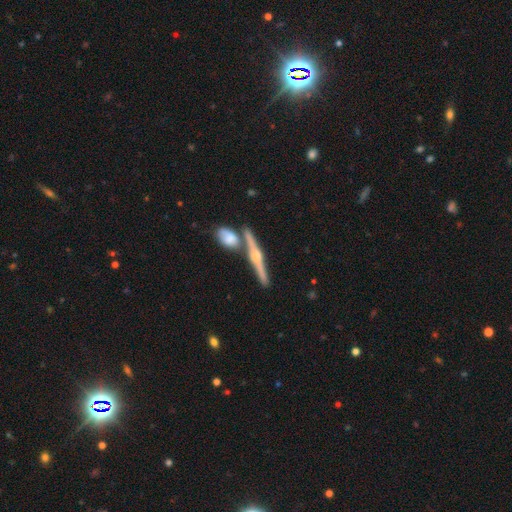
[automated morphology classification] A featured or disk galaxy (81%) viewed edge-on (97%) with a rounded central bulge (91%).

Vote fractions:
- Smooth or featured? featured or disk: 81% / smooth: 12% / star or artifact: 7%
- Edge-on disk? yes: 97% / no: 3%
- Edge-on bulge? rounded: 91% / boxy: 5% / none: 4%
- Merging? none: 75% / merger: 14% / minor disturbance: 8% / major disturbance: 3%